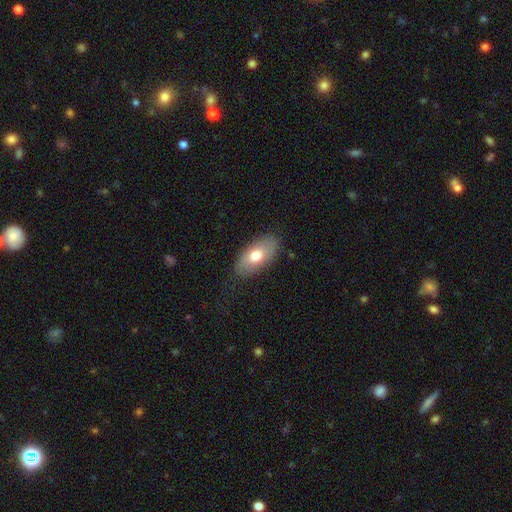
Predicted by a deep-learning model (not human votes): The model was most divided on "smooth or featured": smooth: 70%, featured or disk: 24%, star or artifact: 6%. More confident: how rounded — in between (91%); merging — none (82%).